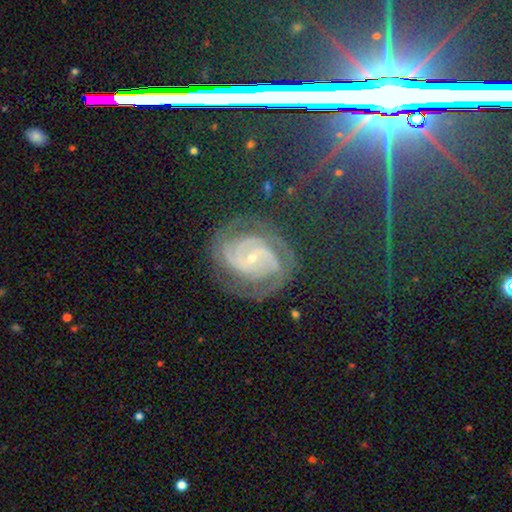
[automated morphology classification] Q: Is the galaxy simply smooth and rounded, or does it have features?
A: featured or disk — 83%.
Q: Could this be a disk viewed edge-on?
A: no — 97%.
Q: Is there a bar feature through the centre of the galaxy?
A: no — 58%.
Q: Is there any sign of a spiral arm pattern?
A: yes — 98%.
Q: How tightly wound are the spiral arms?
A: tight — 67%.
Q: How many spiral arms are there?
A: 2 — 62%.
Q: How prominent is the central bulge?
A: small — 80%.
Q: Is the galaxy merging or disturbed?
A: none — 77%.